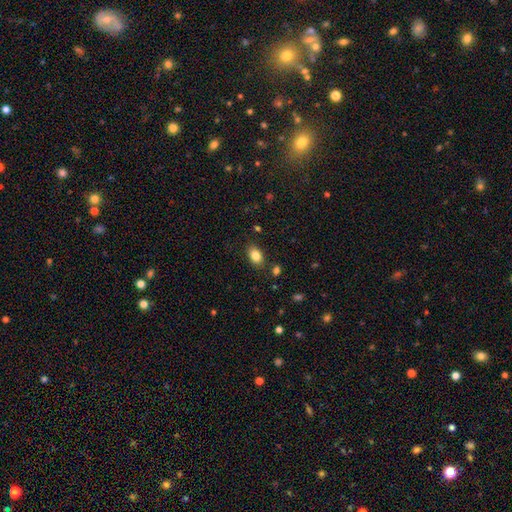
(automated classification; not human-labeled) smooth-or-featured: smooth: 83% | star or artifact: 9% | featured or disk: 8%
  how-rounded: in between: 83% | round: 16% | cigar-shaped: 1%
  merging: none: 84% | minor disturbance: 11% | merger: 3% | major disturbance: 3%